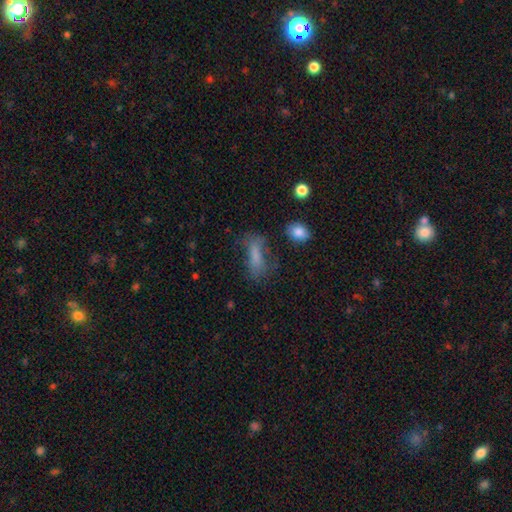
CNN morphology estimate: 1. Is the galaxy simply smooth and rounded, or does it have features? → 67% smooth, 20% featured or disk, 14% star or artifact.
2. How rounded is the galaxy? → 66% in between, 29% cigar-shaped, 5% round.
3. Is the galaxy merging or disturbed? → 47% none, 24% minor disturbance, 23% major disturbance, 6% merger.